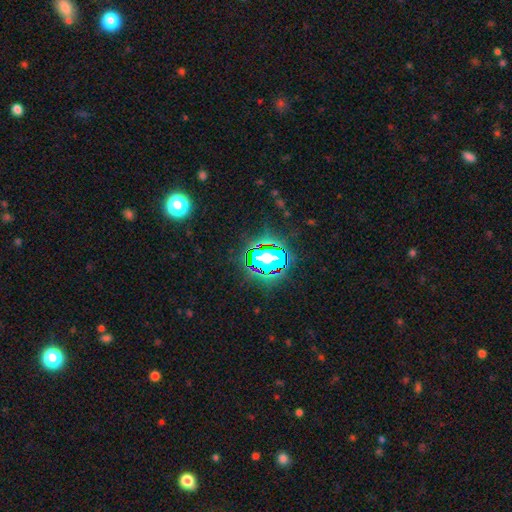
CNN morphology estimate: star or artifact 75%, smooth 15%, featured or disk 10%.